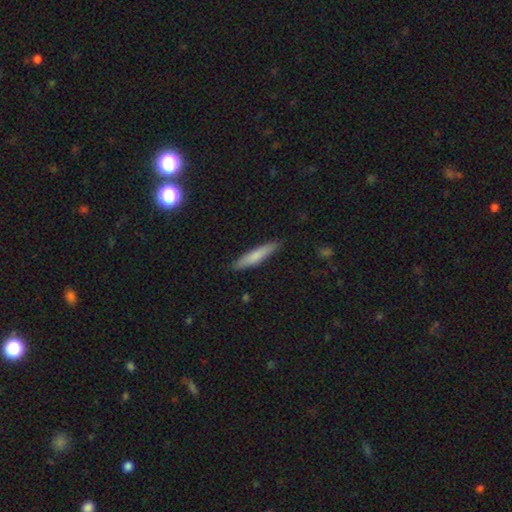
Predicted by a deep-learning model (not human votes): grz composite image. It shows a smooth galaxy with no disk features (75%) that is cigar-shaped (90%). Merging: none (89%).